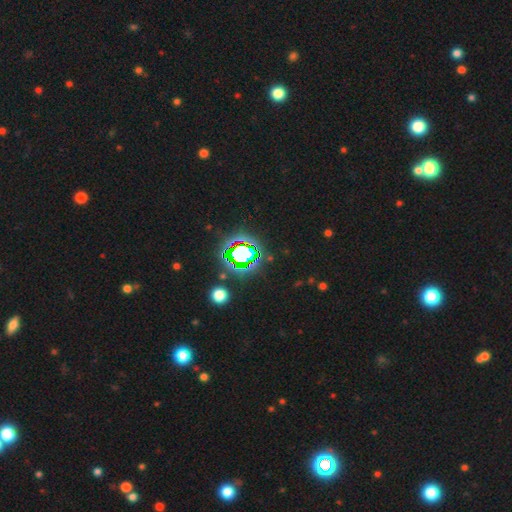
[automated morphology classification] Smooth or featured: star or artifact — 83% (smooth — 11%)